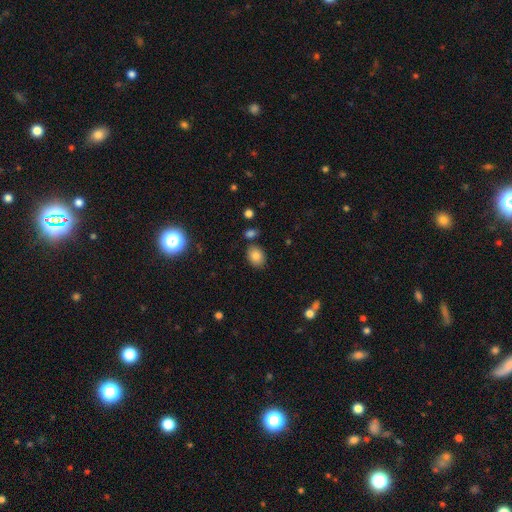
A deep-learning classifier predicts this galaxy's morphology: Smooth or featured: smooth — 83% (star or artifact — 10%)
How rounded: in between — 62% (round — 37%)
Merging: none — 80% (minor disturbance — 11%)